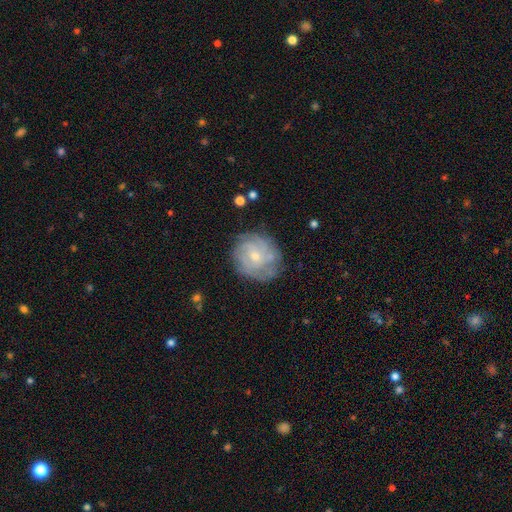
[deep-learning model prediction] Smooth or featured? Predicted: featured or disk (p=0.72). Edge-on disk? Predicted: no (p=0.97). Bar? Predicted: no (p=0.70). Spiral arms? Predicted: yes (p=0.87). Spiral winding? Predicted: tight (p=0.65). Spiral arm count? Predicted: can't tell (p=0.46). Bulge size? Predicted: small (p=0.67). Merging? Predicted: none (p=0.75).